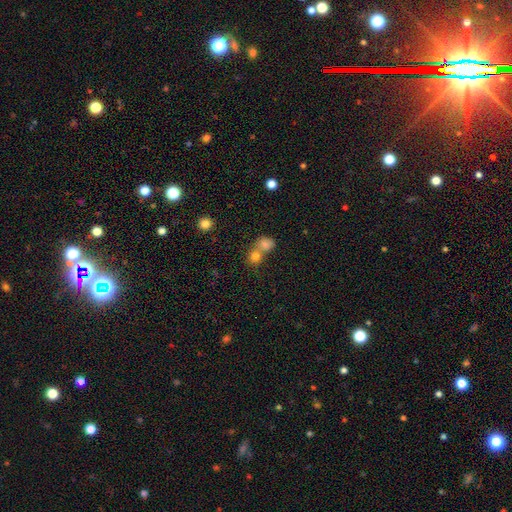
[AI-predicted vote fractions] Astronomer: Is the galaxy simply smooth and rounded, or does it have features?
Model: smooth — 74%.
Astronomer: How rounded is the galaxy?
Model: round — 79%.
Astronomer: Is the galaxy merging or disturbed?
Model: merger — 55% (runner-up: none, 37%).